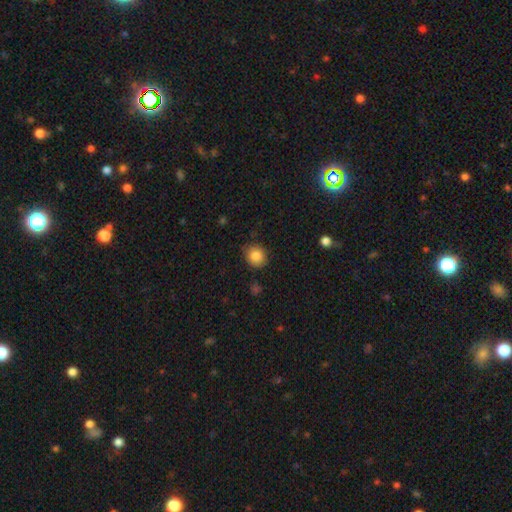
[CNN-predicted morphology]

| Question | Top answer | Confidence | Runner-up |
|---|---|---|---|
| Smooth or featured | smooth | 85% | star or artifact (9%) |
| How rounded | round | 78% | in between (21%) |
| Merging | none | 83% | minor disturbance (13%) |